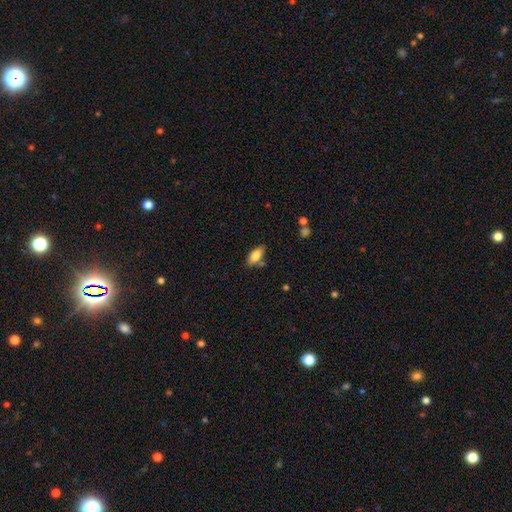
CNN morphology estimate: smooth 83%, featured or disk 10%, star or artifact 7%. Down the decision tree: how rounded — in between (89%); merging — none (74%).